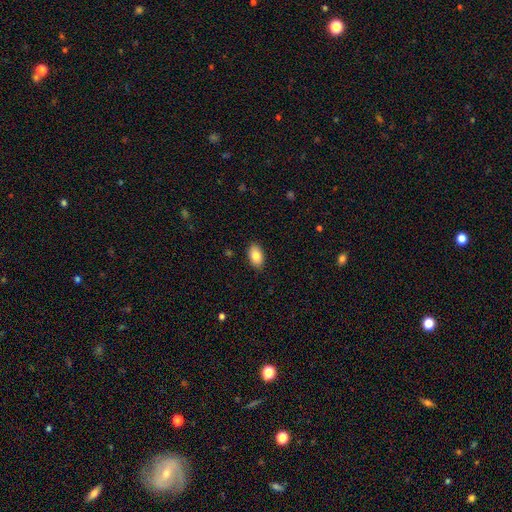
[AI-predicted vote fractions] smooth-or-featured: smooth: 85% | featured or disk: 8% | star or artifact: 7%
  how-rounded: in between: 93% | round: 5% | cigar-shaped: 2%
  merging: none: 88% | minor disturbance: 9% | major disturbance: 2% | merger: 1%